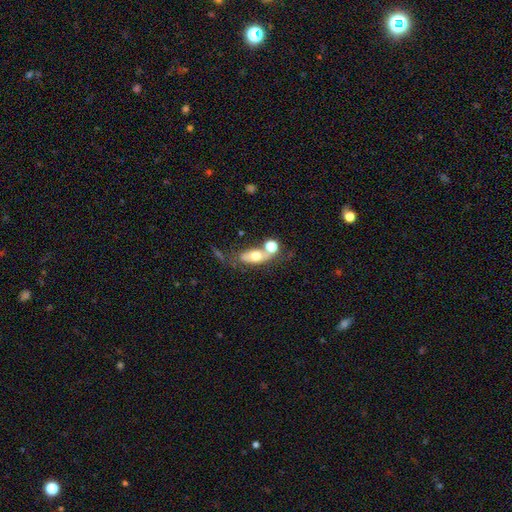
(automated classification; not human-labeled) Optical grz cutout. It shows a smooth galaxy with no disk features (59%) that is in between round and cigar-shaped (71%). Merging: none (42%).